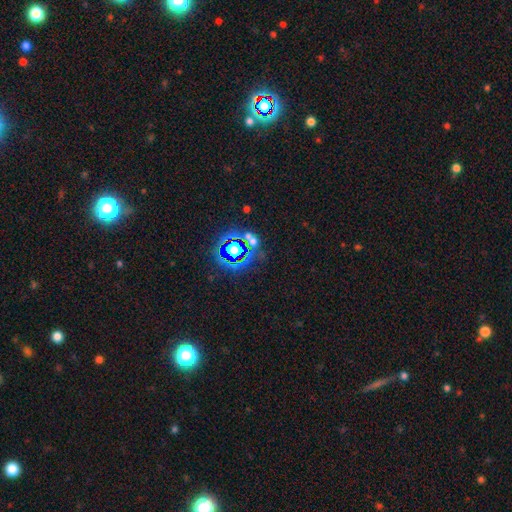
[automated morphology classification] Smooth or featured?
  - star or artifact: 78% *
  - smooth: 13%
  - featured or disk: 8%